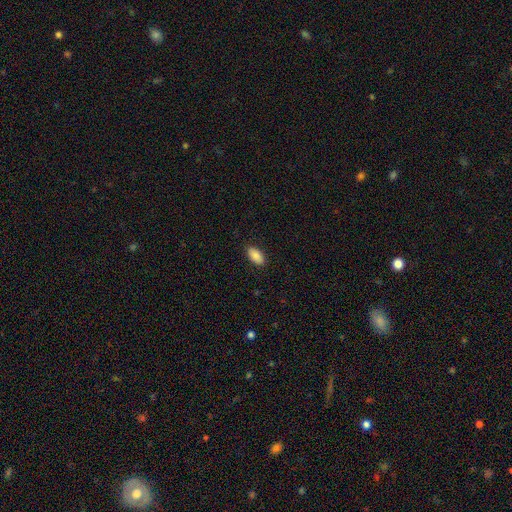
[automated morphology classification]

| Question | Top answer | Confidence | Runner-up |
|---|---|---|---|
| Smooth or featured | smooth | 87% | star or artifact (7%) |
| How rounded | in between | 94% | cigar-shaped (3%) |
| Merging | none | 88% | minor disturbance (9%) |